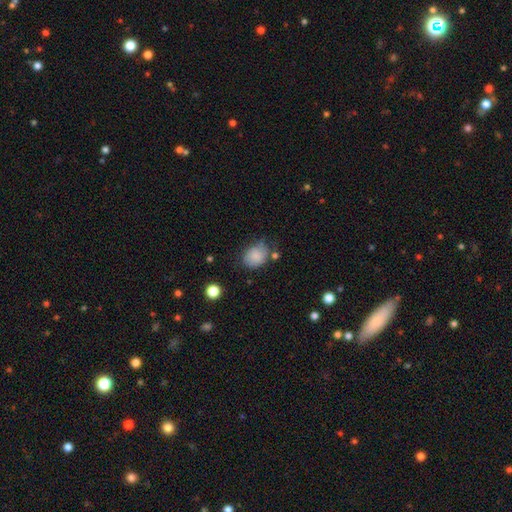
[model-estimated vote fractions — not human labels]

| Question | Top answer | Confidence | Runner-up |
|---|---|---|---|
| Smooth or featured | smooth | 84% | star or artifact (8%) |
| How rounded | in between | 53% | round (46%) |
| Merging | none | 55% | minor disturbance (30%) |